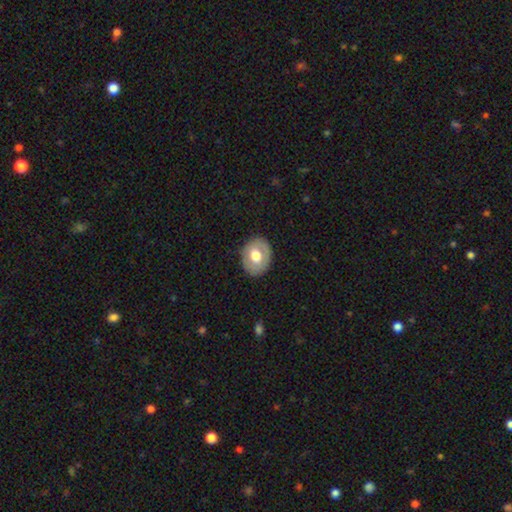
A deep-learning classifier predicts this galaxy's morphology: smooth_or_featured: smooth (p=0.57) [alt: featured or disk p=0.36]
how_rounded: in between (p=0.50) [alt: round p=0.49]
merging: none (p=0.83) [alt: minor disturbance p=0.12]